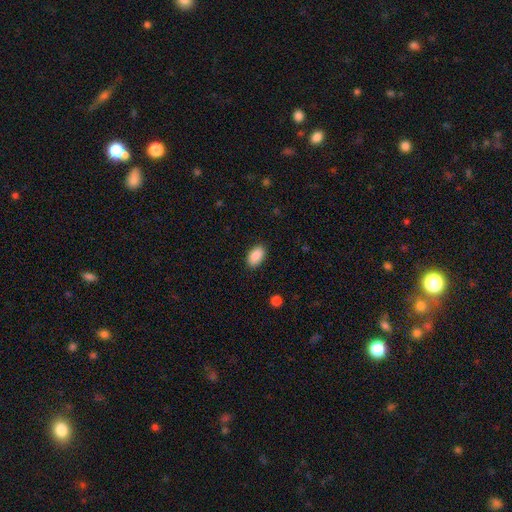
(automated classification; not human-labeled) Smooth or featured? smooth (89%)
How rounded? in between (93%)
Merging? none (89%)